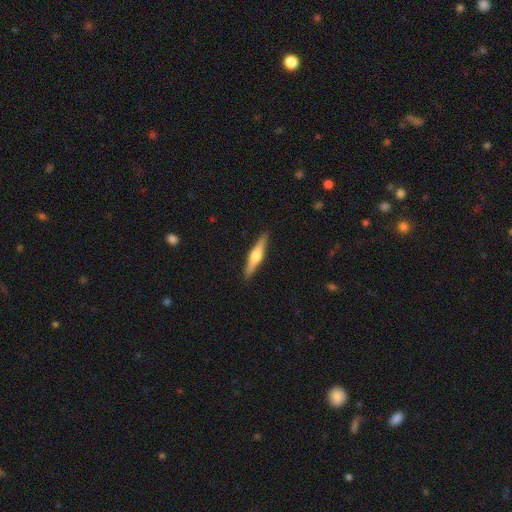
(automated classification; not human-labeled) Morphology: type=featured or disk (59%); edge-on=yes (96%); edge-on bulge=rounded (92%); merging=none (91%).